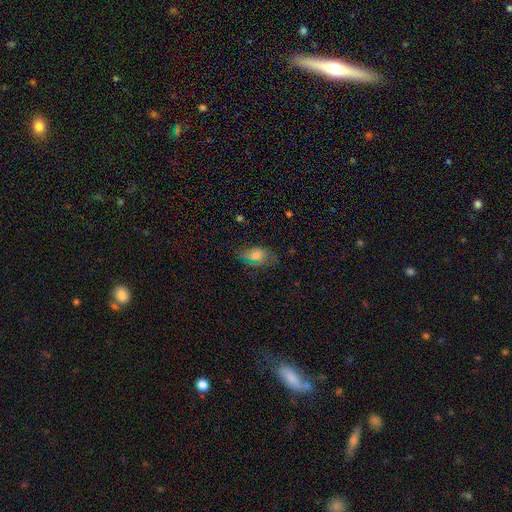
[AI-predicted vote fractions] Smooth or featured? Predicted: smooth (p=0.63). How rounded? Predicted: in between (p=0.87). Merging? Predicted: none (p=0.61).